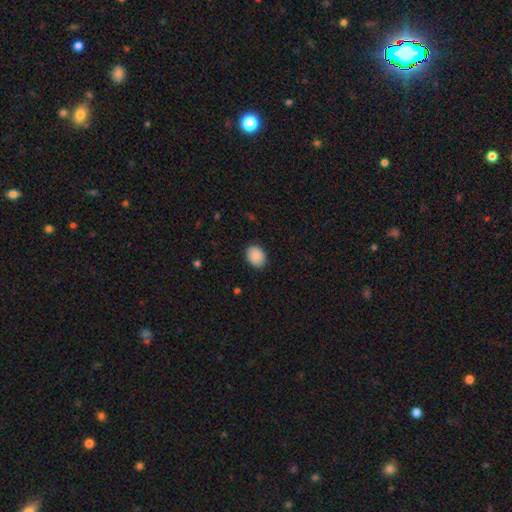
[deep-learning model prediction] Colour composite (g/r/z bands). It shows a smooth galaxy with no disk features (90%) that is in between round and cigar-shaped (53%). Merging: none (88%).